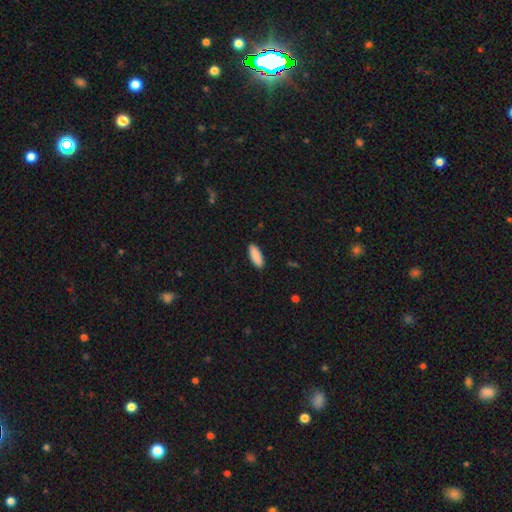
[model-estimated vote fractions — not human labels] Smooth or featured? smooth (90%)
How rounded? in between (74%)
Merging? none (90%)